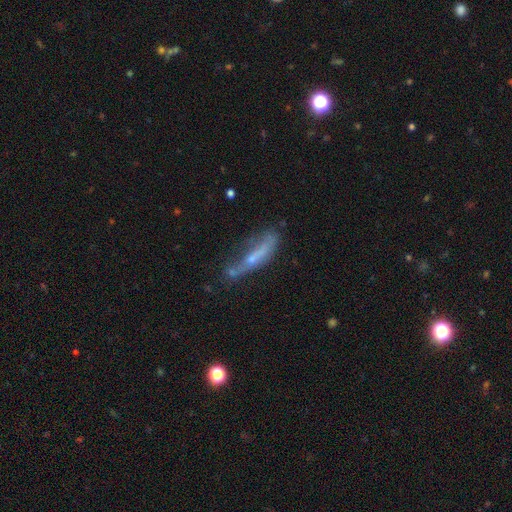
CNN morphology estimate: smooth_or_featured: featured or disk (p=0.49) [alt: smooth p=0.41]
merging: none (p=0.41) [alt: minor disturbance p=0.28]